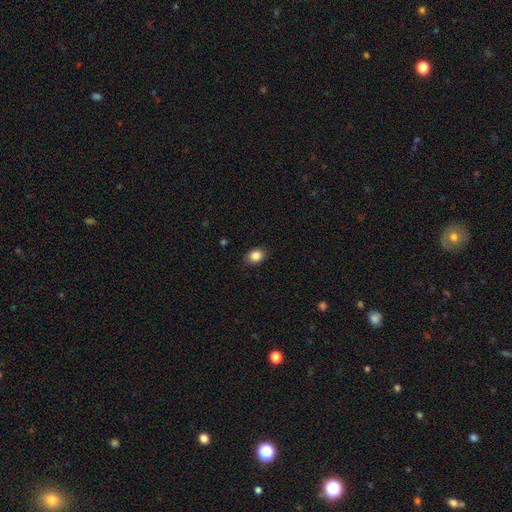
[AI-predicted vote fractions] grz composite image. It shows a smooth galaxy with no disk features (86%) that is in between round and cigar-shaped (57%). Merging: none (87%).